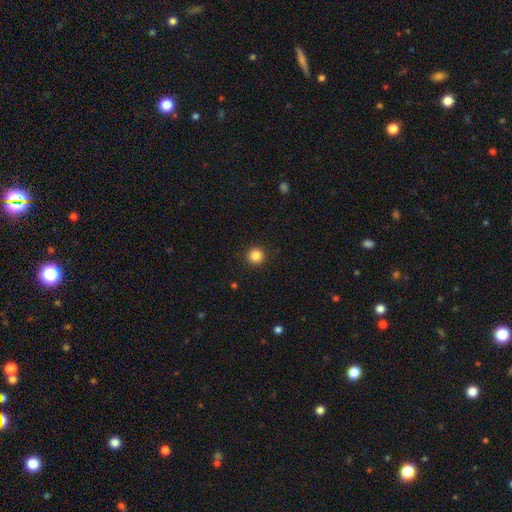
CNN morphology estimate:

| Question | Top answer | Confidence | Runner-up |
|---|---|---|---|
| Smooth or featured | smooth | 85% | star or artifact (11%) |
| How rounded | round | 95% | in between (4%) |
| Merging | none | 92% | minor disturbance (5%) |